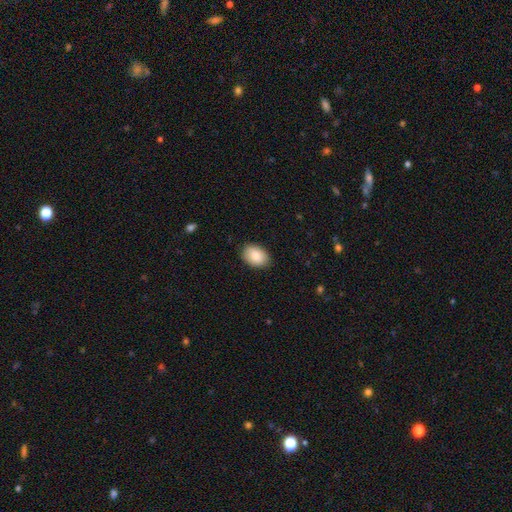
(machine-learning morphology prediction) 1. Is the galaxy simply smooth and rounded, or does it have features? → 86% smooth, 7% featured or disk, 7% star or artifact.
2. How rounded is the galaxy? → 82% in between, 17% round, 1% cigar-shaped.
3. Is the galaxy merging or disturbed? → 87% none, 10% minor disturbance, 2% major disturbance, 1% merger.